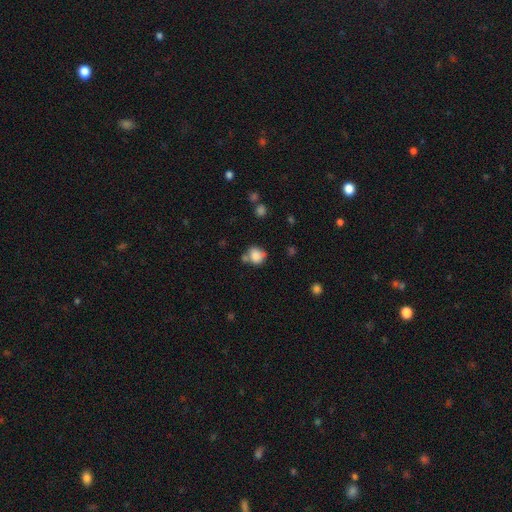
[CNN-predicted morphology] Smooth or featured? Predicted: smooth (p=0.81). How rounded? Predicted: round (p=0.70). Merging? Predicted: none (p=0.51).